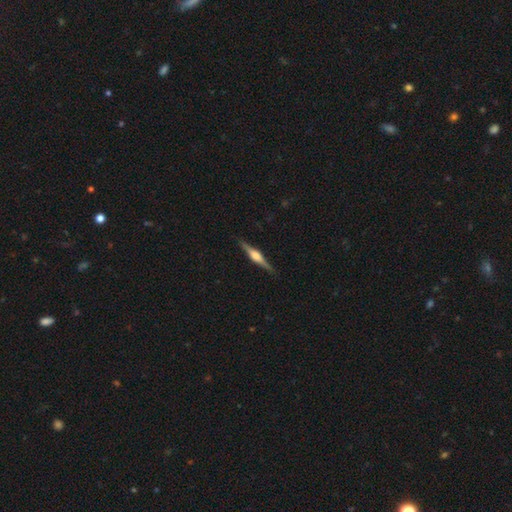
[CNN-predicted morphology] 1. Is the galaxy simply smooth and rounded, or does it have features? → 77% featured or disk, 17% smooth, 5% star or artifact.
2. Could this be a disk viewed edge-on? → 98% yes, 2% no.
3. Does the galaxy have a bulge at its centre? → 82% rounded, 15% boxy, 3% none.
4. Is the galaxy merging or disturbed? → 90% none, 7% minor disturbance, 2% major disturbance, 1% merger.